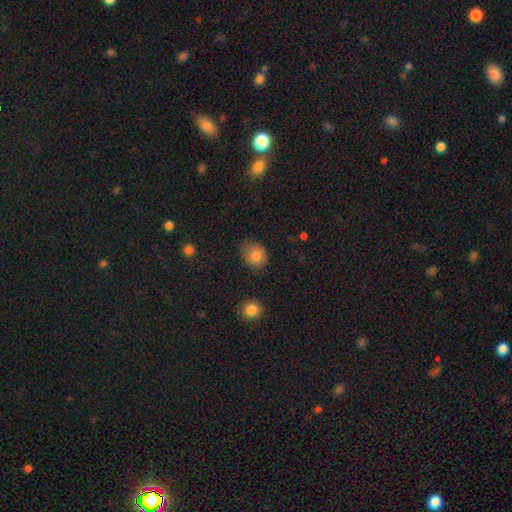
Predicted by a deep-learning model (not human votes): smooth 83%, star or artifact 9%, featured or disk 8%. Down the decision tree: how rounded — round (58%); merging — none (66%).